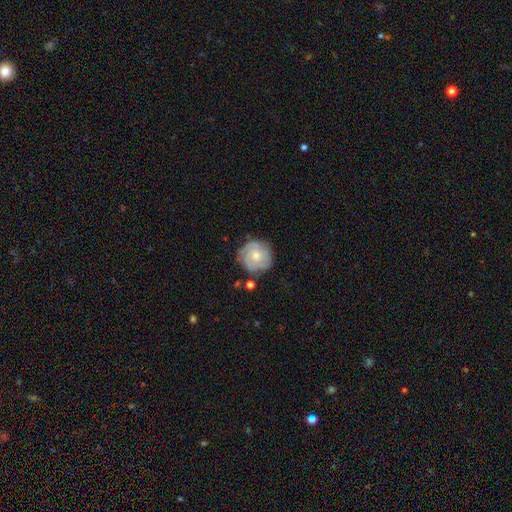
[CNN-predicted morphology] Q: Smooth or featured?
A: featured or disk (68%); runner-up: smooth (26%)
Q: Edge-on disk?
A: no (98%); runner-up: yes (2%)
Q: Bar?
A: no (77%); runner-up: weak (20%)
Q: Spiral arms?
A: yes (90%); runner-up: no (10%)
Q: Spiral winding?
A: tight (69%); runner-up: medium (25%)
Q: Spiral arm count?
A: 2 (32%); runner-up: can't tell (29%)
Q: Bulge size?
A: moderate (51%); runner-up: small (42%)
Q: Merging?
A: none (75%); runner-up: minor disturbance (17%)